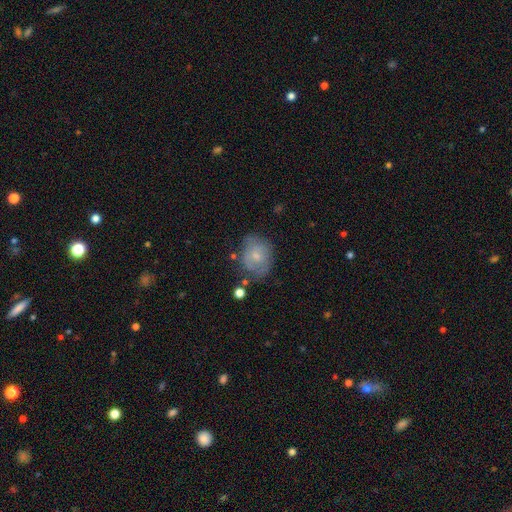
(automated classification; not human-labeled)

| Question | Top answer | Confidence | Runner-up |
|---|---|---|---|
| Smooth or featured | smooth | 51% | featured or disk (41%) |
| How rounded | in between | 53% | round (46%) |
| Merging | none | 56% | minor disturbance (28%) |